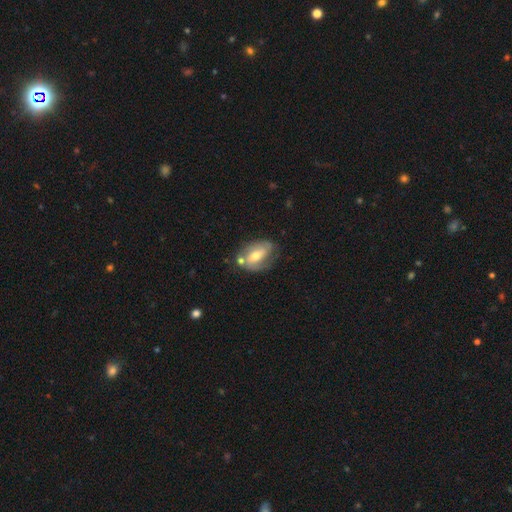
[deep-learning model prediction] The model was most divided on "bar": no: 41%, weak: 36%, strong: 23%. More confident: edge-on disk — no (93%); spiral arms — yes (73%); bulge size — moderate (66%); smooth or featured — featured or disk (60%); merging — none (54%).